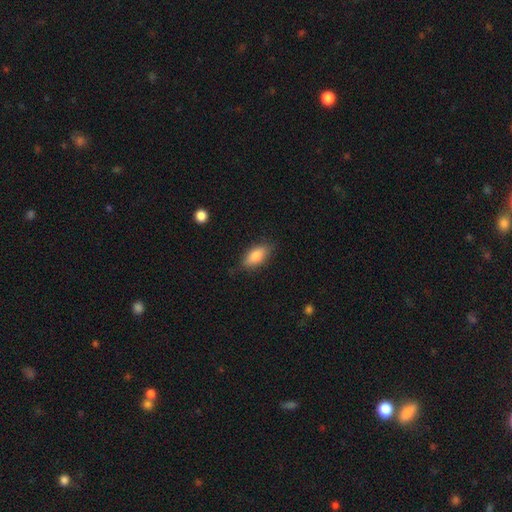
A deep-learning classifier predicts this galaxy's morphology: This appears to be a smooth galaxy with no disk features (82%) that is in between round and cigar-shaped (86%). Merging: none (80%).